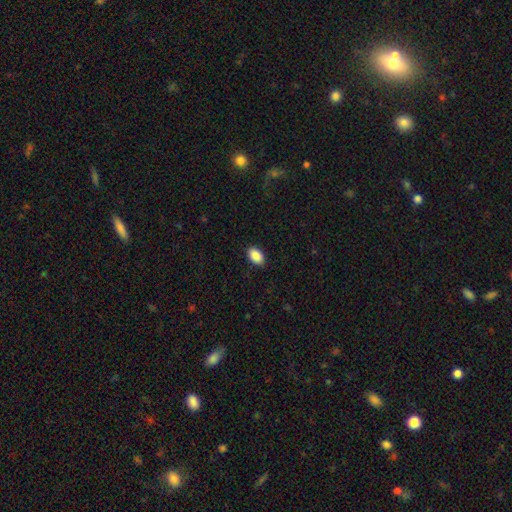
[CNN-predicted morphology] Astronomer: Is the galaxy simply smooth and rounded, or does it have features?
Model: smooth — 89%.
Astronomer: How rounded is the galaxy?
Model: in between — 92%.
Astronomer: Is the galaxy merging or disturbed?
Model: none — 89%.